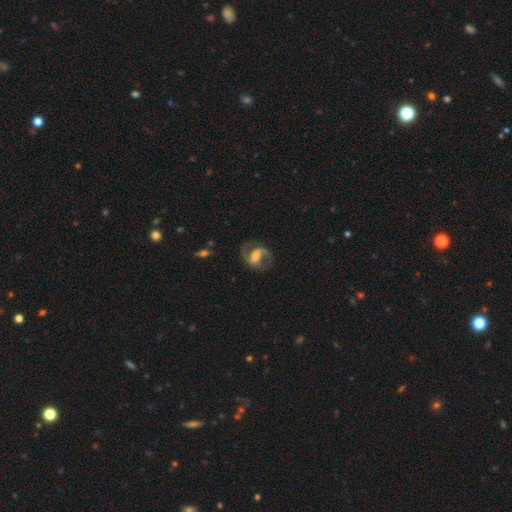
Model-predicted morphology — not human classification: smooth_or_featured: featured or disk (p=0.84) [alt: smooth p=0.10]
disk_edge_on: no (p=0.97) [alt: yes p=0.03]
bar: weak (p=0.42) [alt: strong p=0.38]
has_spiral_arms: yes (p=0.95) [alt: no p=0.05]
spiral_winding: medium (p=0.55) [alt: loose p=0.31]
spiral_arm_count: 2 (p=0.90) [alt: 1 p=0.04]
bulge_size: moderate (p=0.51) [alt: small p=0.33]
merging: none (p=0.76) [alt: minor disturbance p=0.14]